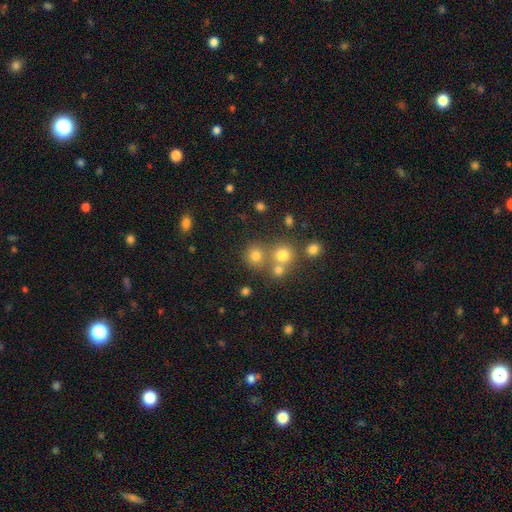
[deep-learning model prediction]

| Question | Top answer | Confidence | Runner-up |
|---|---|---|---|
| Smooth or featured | smooth | 74% | star or artifact (17%) |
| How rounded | round | 88% | in between (11%) |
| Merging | none | 64% | merger (25%) |